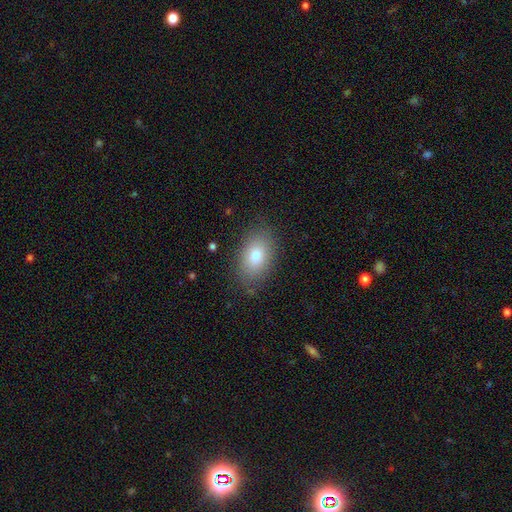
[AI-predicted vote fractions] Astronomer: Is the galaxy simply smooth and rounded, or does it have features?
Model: smooth — 79%.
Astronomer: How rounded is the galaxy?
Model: in between — 88%.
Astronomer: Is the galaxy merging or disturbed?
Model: none — 83%.